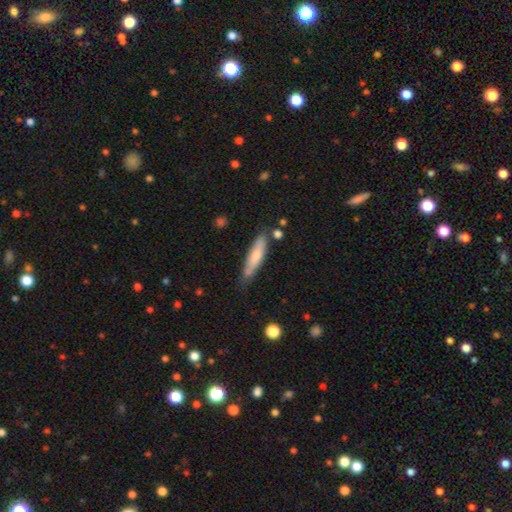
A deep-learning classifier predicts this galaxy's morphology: The model was most divided on "smooth or featured": smooth: 68%, featured or disk: 27%, star or artifact: 6%. More confident: how rounded — cigar-shaped (80%); merging — none (65%).